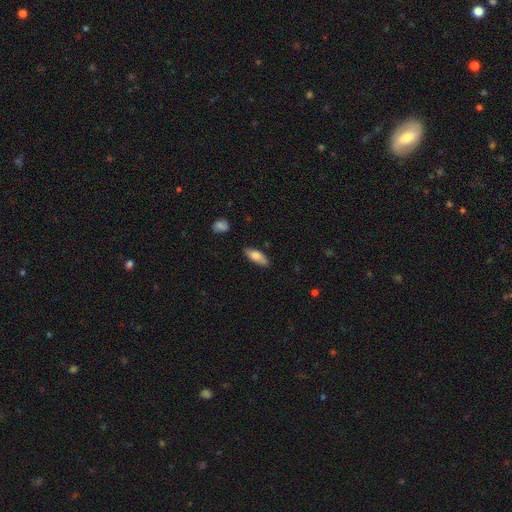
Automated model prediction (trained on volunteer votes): This is likely a smooth galaxy (75%). How rounded: likely in between (74%). Merging: clearly none (81%).